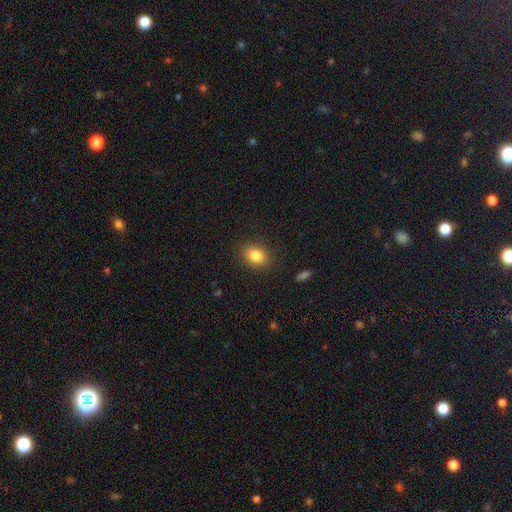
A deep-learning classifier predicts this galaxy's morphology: Q: Smooth or featured?
A: smooth (83%); runner-up: star or artifact (10%)
Q: How rounded?
A: in between (65%); runner-up: round (33%)
Q: Merging?
A: none (88%); runner-up: minor disturbance (9%)